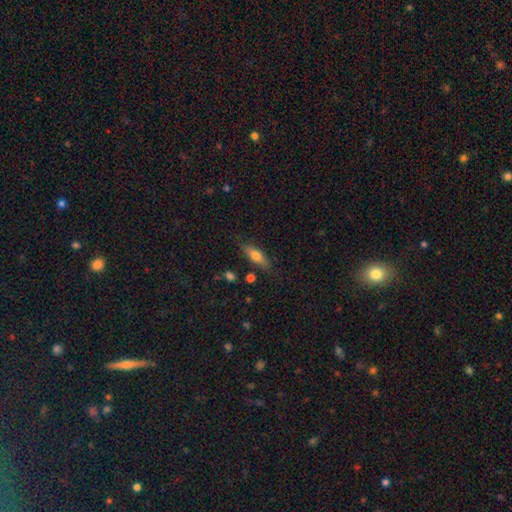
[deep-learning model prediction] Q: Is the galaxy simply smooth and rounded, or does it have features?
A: smooth — 65%.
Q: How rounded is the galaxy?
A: in between — 51%.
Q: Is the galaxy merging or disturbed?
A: none — 79%.